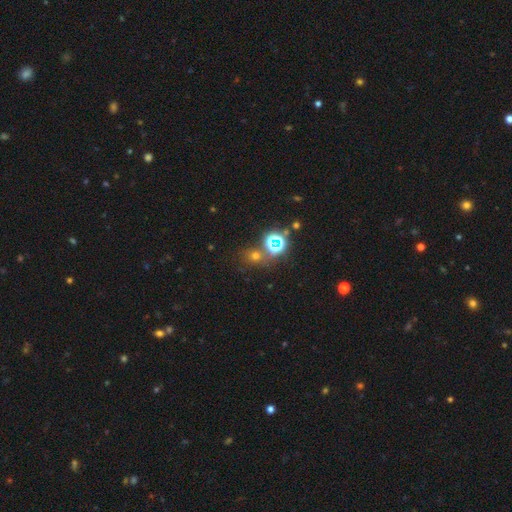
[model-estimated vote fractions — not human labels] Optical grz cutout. It shows a smooth galaxy with no disk features (52%) that is round (79%). Merging: none (73%).